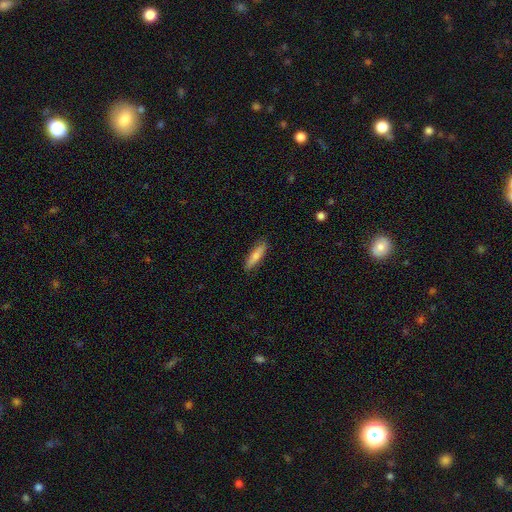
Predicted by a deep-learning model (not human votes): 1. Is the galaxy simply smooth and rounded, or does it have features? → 74% smooth, 20% featured or disk, 6% star or artifact.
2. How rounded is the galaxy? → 76% cigar-shaped, 22% in between, 2% round.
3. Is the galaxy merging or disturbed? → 87% none, 10% minor disturbance, 2% major disturbance, 1% merger.